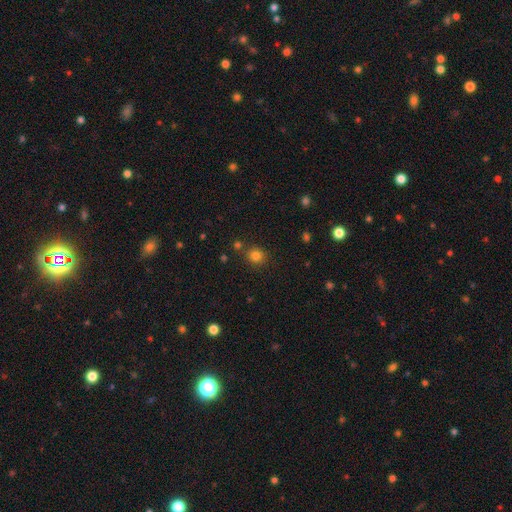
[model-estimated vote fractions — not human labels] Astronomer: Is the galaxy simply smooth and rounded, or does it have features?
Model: smooth — 80%.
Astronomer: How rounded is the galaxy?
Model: round — 86%.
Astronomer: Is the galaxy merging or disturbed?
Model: none — 80%.